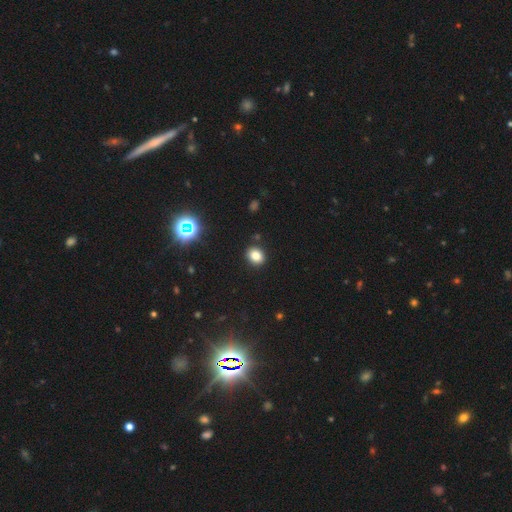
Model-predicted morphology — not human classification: The model was most divided on "how rounded": round: 60%, in between: 39%, cigar-shaped: 1%. More confident: merging — none (89%); smooth or featured — smooth (80%).